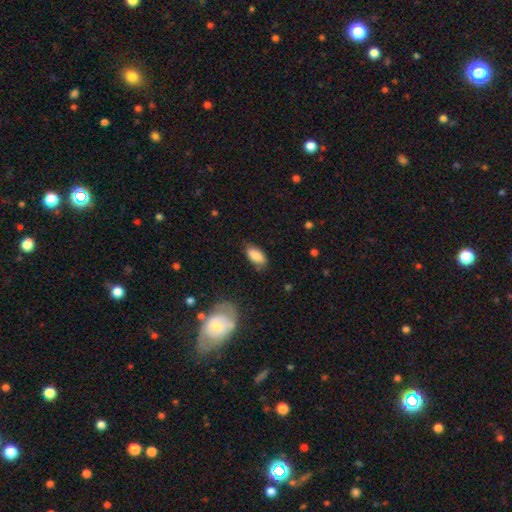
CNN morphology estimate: A smooth galaxy with no disk features (84%) that is in between round and cigar-shaped (89%). Merging: none (71%).